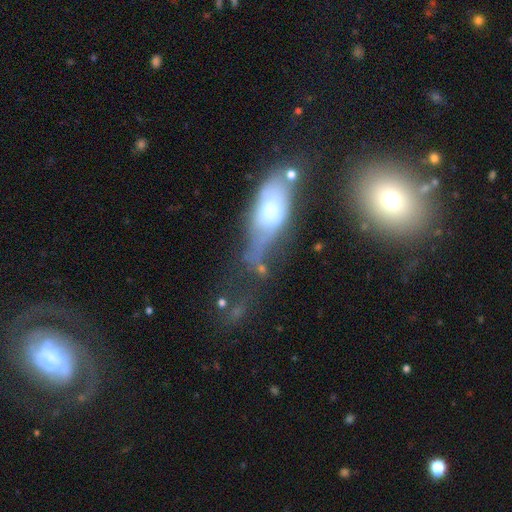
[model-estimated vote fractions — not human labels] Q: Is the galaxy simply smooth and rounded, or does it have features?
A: featured or disk — 45%.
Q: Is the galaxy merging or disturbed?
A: major disturbance — 35%.